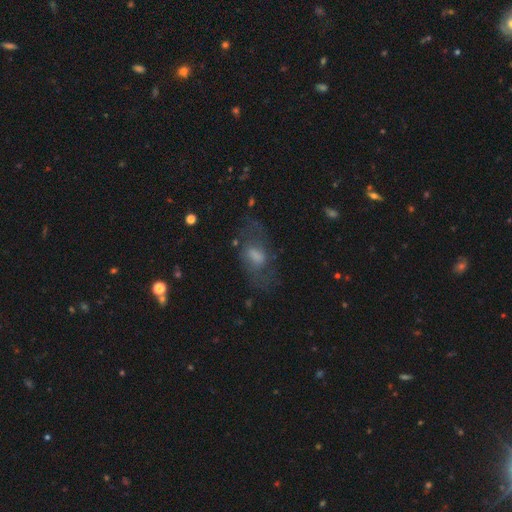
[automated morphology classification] Smooth or featured? featured or disk (53%)
Edge-on disk? no (90%)
Merging? none (63%)